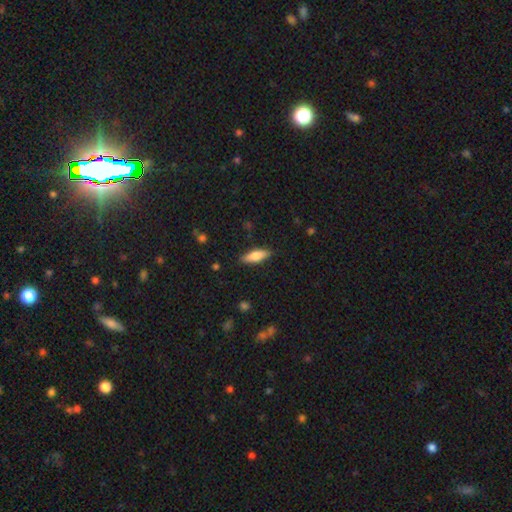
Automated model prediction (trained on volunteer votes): This appears to be a smooth galaxy with no disk features (71%) that is in between round and cigar-shaped (54%). Merging: none (87%).